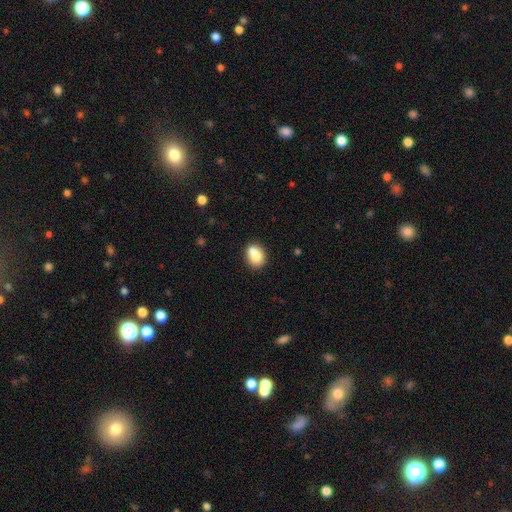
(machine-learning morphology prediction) Smooth or featured? Predicted: smooth (p=0.77). How rounded? Predicted: in between (p=0.53). Merging? Predicted: none (p=0.50).